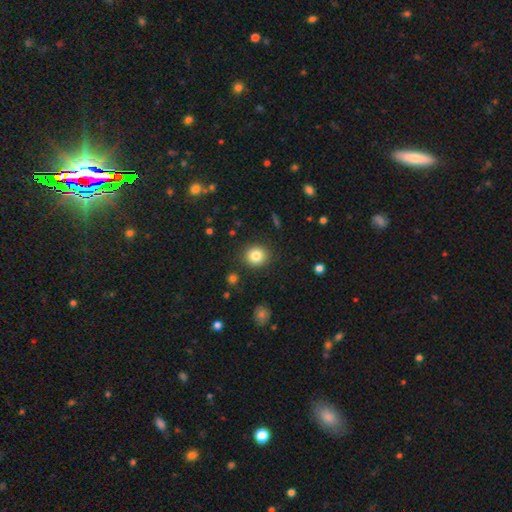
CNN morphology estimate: This appears to be a smooth galaxy with no disk features (82%) that is round (88%). Merging: none (90%).